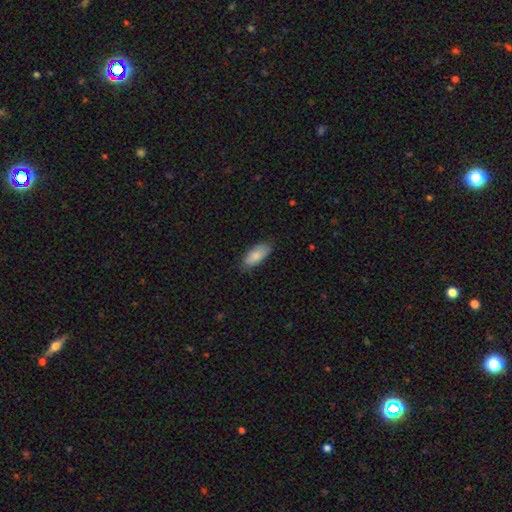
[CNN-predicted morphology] Smooth or featured? smooth (84%)
How rounded? in between (86%)
Merging? none (79%)